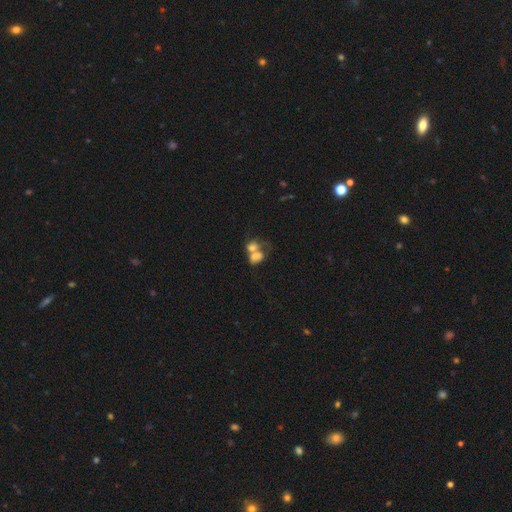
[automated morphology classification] A smooth galaxy with no disk features (68%) that is in between round and cigar-shaped (72%).

Vote fractions:
- Smooth or featured? smooth: 68% / featured or disk: 21% / star or artifact: 11%
- How rounded? in between: 72% / round: 27% / cigar-shaped: 2%
- Merging? merger: 67% / none: 17% / major disturbance: 8% / minor disturbance: 8%